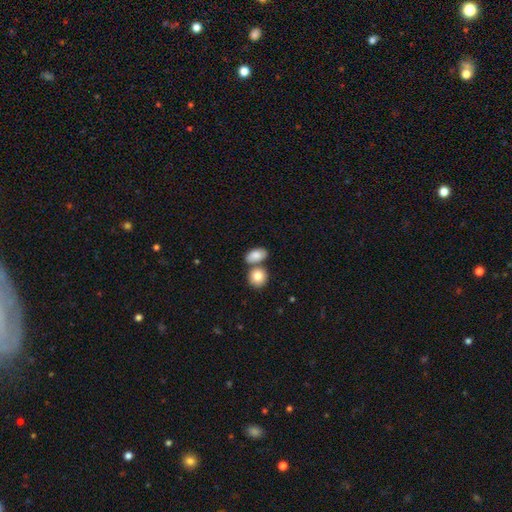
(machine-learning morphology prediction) smooth_or_featured: smooth (p=0.84) [alt: featured or disk p=0.09]
how_rounded: in between (p=0.83) [alt: round p=0.15]
merging: none (p=0.49) [alt: merger p=0.36]